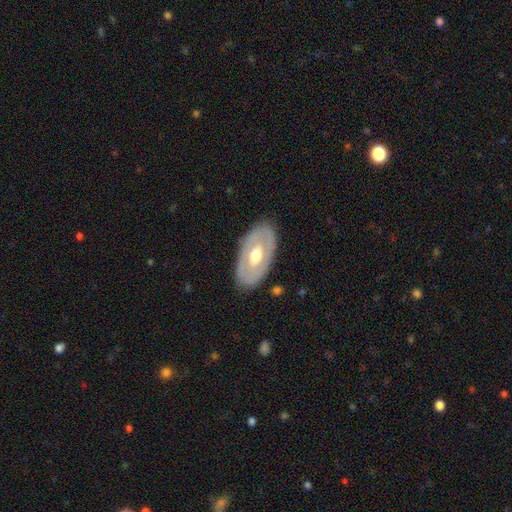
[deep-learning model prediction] This is likely a featured or disk galaxy (61%). It is clearly not viewed edge-on (88%). Bar: likely no (67%). Spiral arm pattern: likely no (79%). Central bulge: likely moderate (71%). Merging: clearly none (83%).